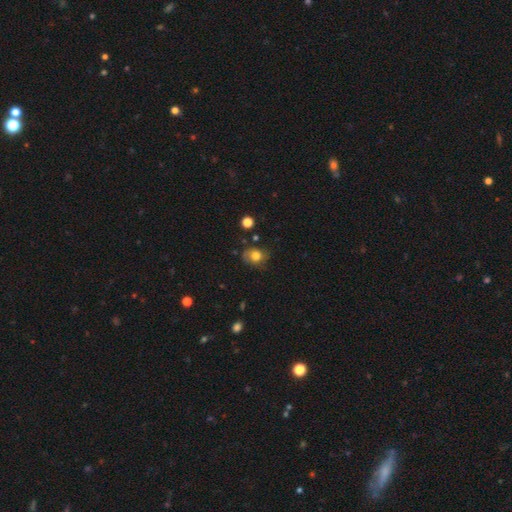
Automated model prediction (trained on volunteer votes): Morphology: type=smooth (76%); roundness=round (56%); merging=none (61%).